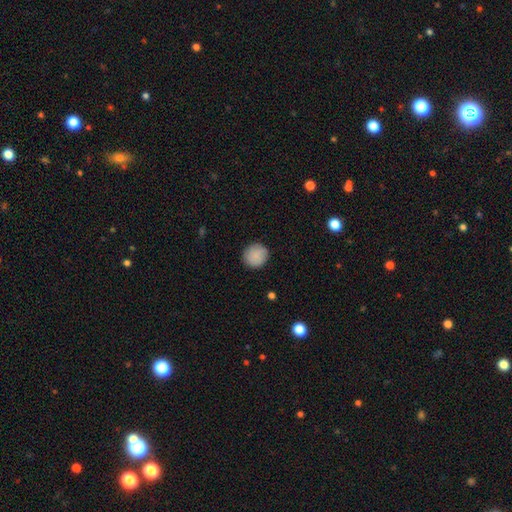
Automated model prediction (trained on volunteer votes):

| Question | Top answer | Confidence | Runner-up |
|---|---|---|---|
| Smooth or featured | smooth | 89% | star or artifact (7%) |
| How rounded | round | 90% | in between (9%) |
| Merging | none | 89% | minor disturbance (8%) |